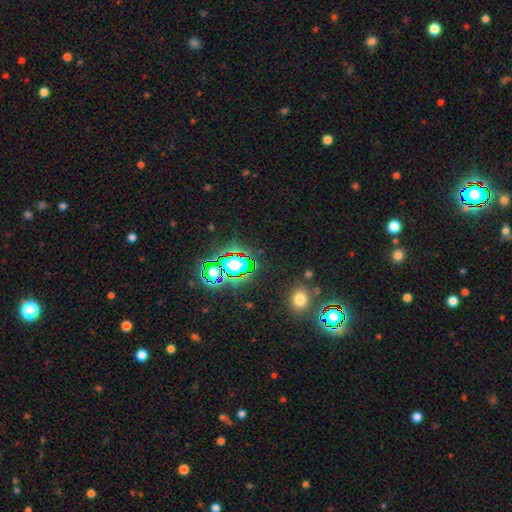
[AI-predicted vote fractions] star or artifact 80%, smooth 13%, featured or disk 7%.